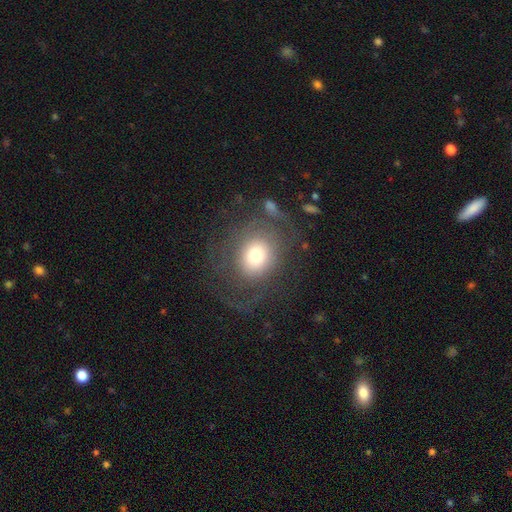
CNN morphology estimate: type=smooth (53%); roundness=round (69%); merging=none (53%).